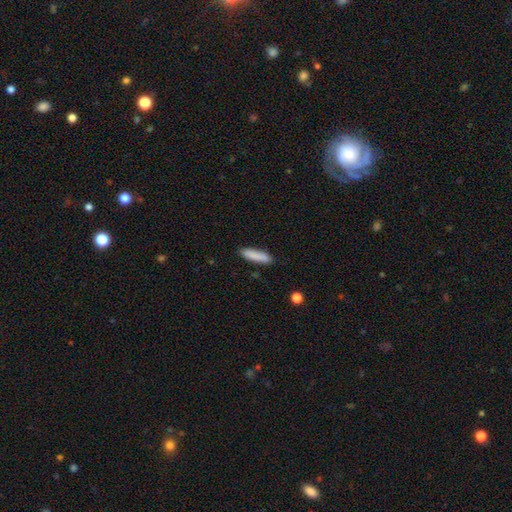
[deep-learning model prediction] Smooth or featured?
  - smooth: 86% *
  - featured or disk: 8%
  - star or artifact: 6%
How rounded?
  - cigar-shaped: 73% *
  - in between: 26%
  - round: 1%
Merging?
  - none: 86% *
  - minor disturbance: 10%
  - major disturbance: 2%
  - merger: 2%